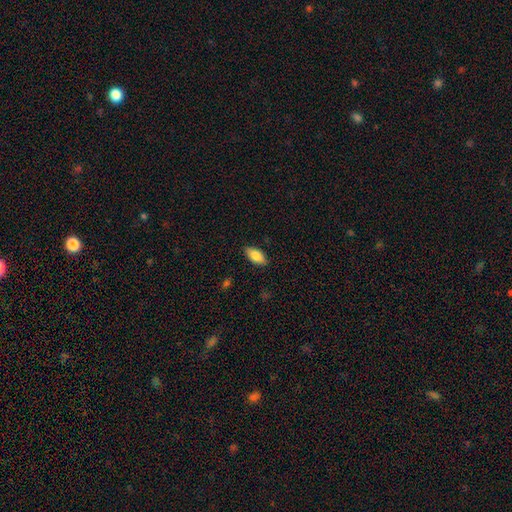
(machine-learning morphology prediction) smooth_or_featured: smooth (p=0.84) [alt: featured or disk p=0.09]
how_rounded: in between (p=0.90) [alt: cigar-shaped p=0.07]
merging: none (p=0.87) [alt: minor disturbance p=0.10]